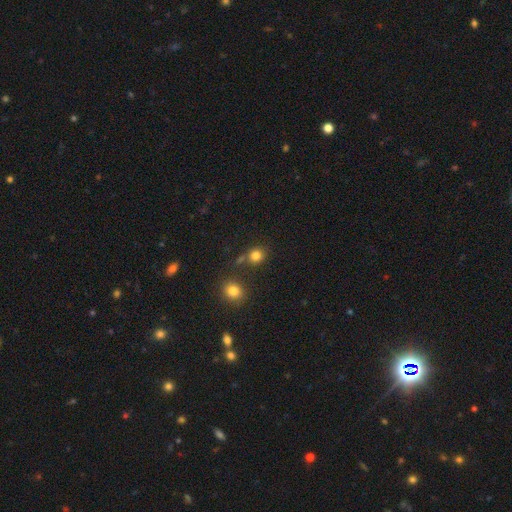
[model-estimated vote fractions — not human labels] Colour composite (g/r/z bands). It shows a smooth galaxy with no disk features (81%) that is round (85%). Merging: none (72%).